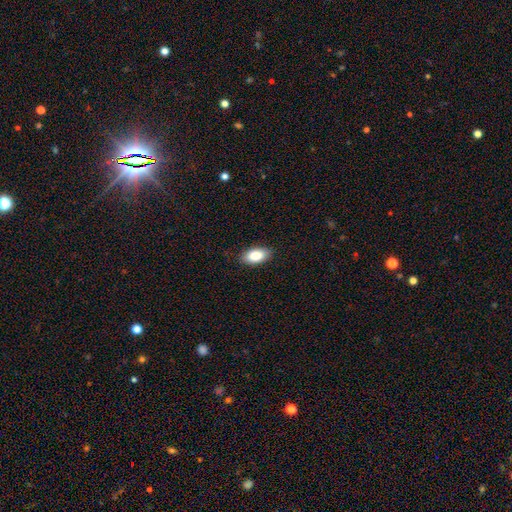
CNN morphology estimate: type=smooth (84%); roundness=in between (93%); merging=none (88%).